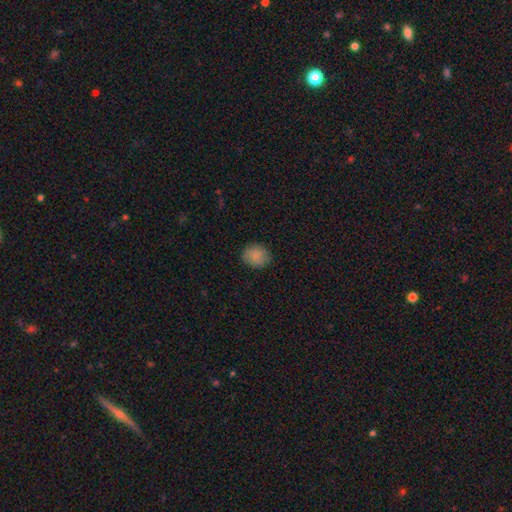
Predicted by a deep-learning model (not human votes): Overall: smooth (86%). How rounded: round (73%). Merging: none (86%).